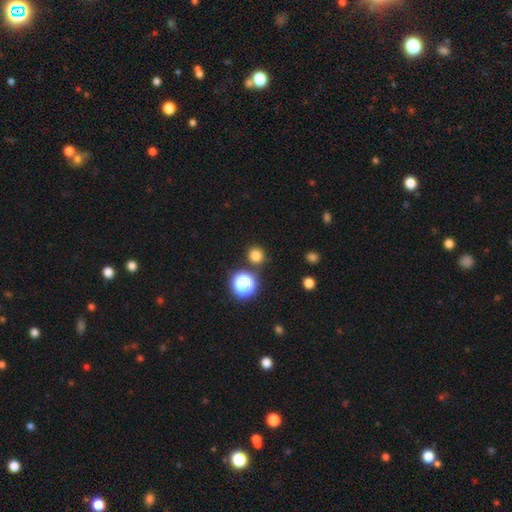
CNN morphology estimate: Smooth or featured: smooth — 77% (star or artifact — 19%)
How rounded: round — 91% (in between — 8%)
Merging: none — 87% (minor disturbance — 7%)